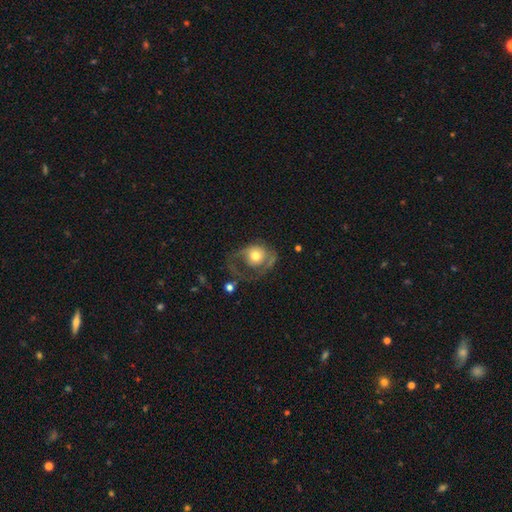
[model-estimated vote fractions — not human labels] Smooth or featured? smooth (46%, tied with featured or disk)
Merging? major disturbance (49%)